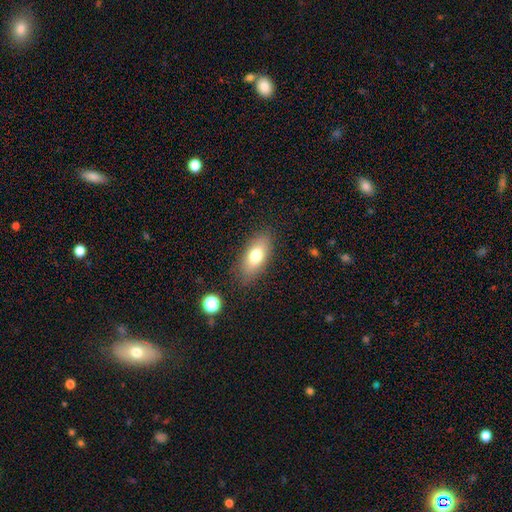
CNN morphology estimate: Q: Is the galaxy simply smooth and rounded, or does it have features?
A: smooth — 73%.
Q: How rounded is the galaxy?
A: in between — 83%.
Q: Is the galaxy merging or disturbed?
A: none — 83%.